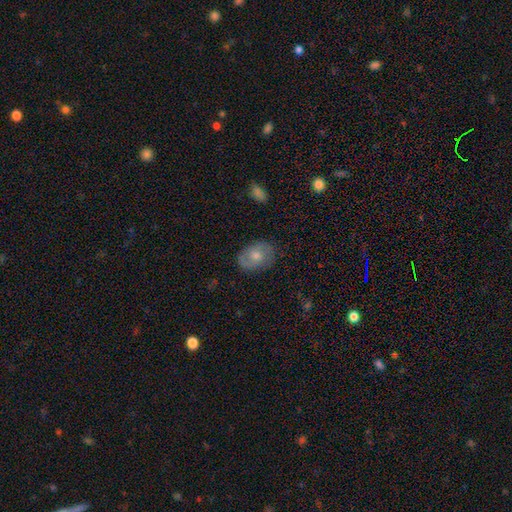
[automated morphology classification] type=featured or disk (50%); edge-on=no (96%); merging=none (80%).